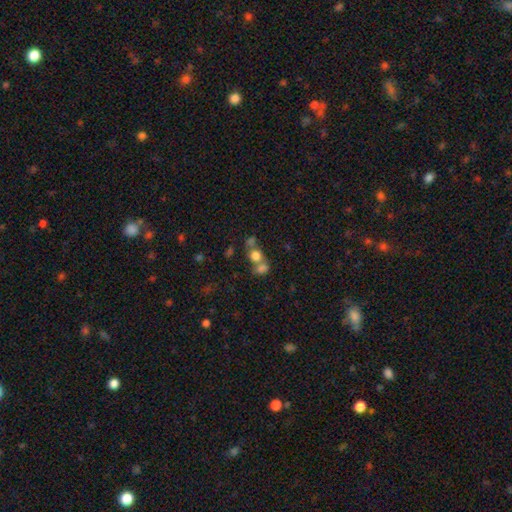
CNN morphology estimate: Smooth or featured: smooth — 71% (featured or disk — 15%)
How rounded: round — 67% (in between — 31%)
Merging: merger — 53% (none — 33%)